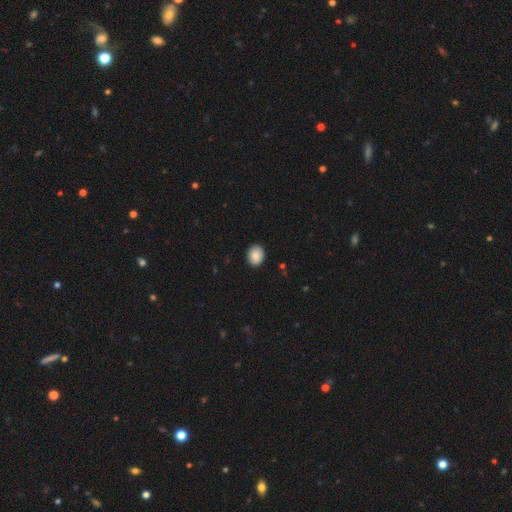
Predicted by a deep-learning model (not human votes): Smooth or featured? Predicted: smooth (p=0.88). How rounded? Predicted: round (p=0.58). Merging? Predicted: none (p=0.90).